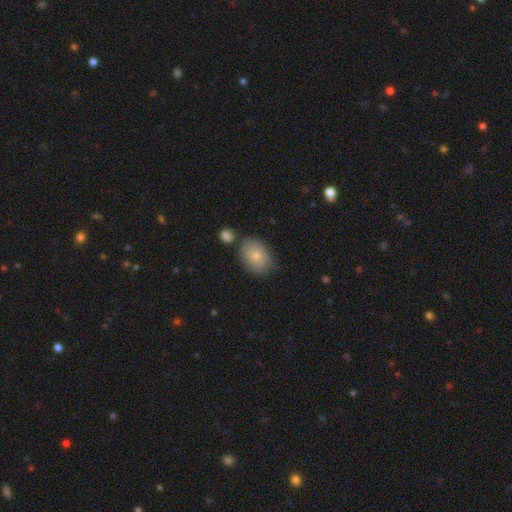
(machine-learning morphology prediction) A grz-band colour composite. It shows a smooth galaxy with no disk features (79%) that is in between round and cigar-shaped (76%). Merging: none (68%).